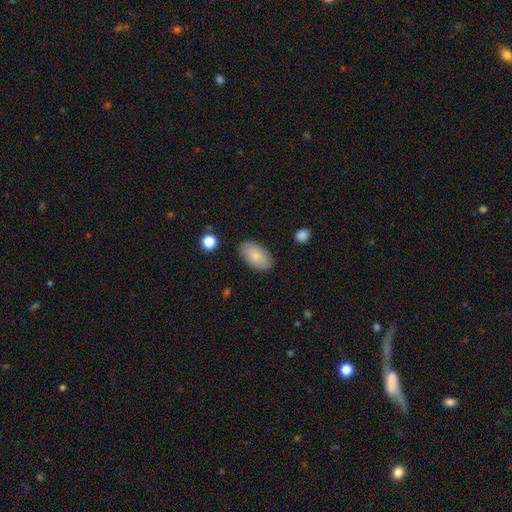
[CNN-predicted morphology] smooth-or-featured: smooth: 83% | featured or disk: 11% | star or artifact: 6%
  how-rounded: in between: 94% | round: 4% | cigar-shaped: 1%
  merging: none: 85% | minor disturbance: 11% | major disturbance: 3% | merger: 1%